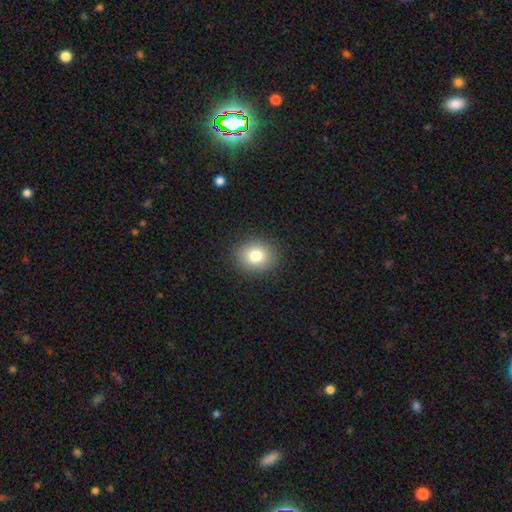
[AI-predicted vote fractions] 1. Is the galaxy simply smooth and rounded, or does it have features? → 80% smooth, 11% star or artifact, 9% featured or disk.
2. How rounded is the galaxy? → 66% round, 33% in between, 1% cigar-shaped.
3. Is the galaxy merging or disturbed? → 90% none, 7% minor disturbance, 2% major disturbance, 1% merger.